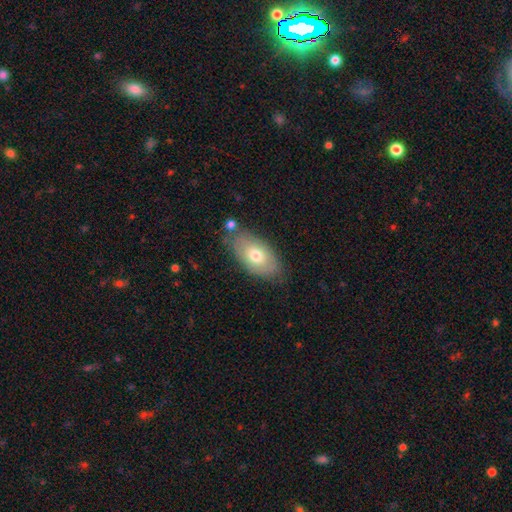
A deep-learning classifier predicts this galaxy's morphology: This appears to be a smooth galaxy with no disk features (67%) that is in between round and cigar-shaped (92%). Merging: none (70%).